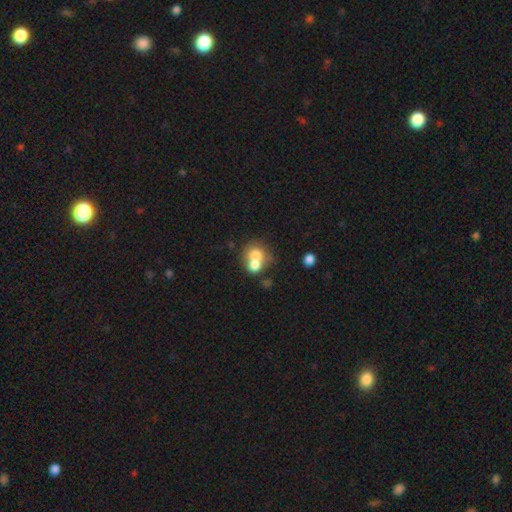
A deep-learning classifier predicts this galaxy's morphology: type=smooth (69%); roundness=round (67%); merging=merger (67%).